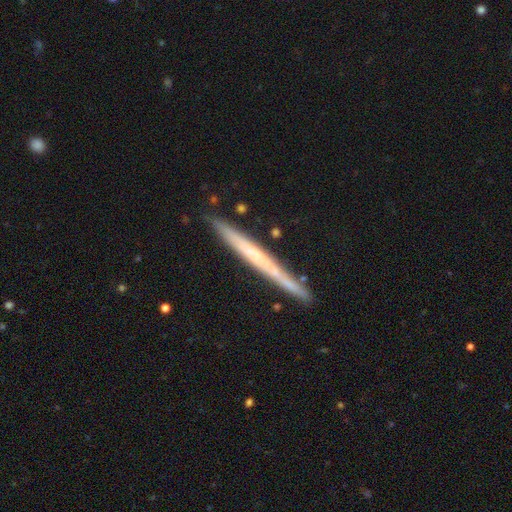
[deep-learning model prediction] Q: Smooth or featured?
A: featured or disk (56%); runner-up: smooth (38%)
Q: Edge-on disk?
A: yes (96%); runner-up: no (4%)
Q: Edge-on bulge?
A: none (85%); runner-up: rounded (10%)
Q: Merging?
A: none (86%); runner-up: minor disturbance (10%)